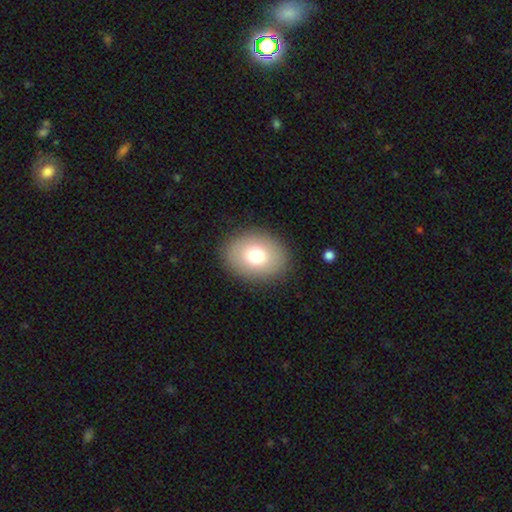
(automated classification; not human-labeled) Smooth or featured? smooth (75%)
How rounded? in between (54%)
Merging? none (89%)